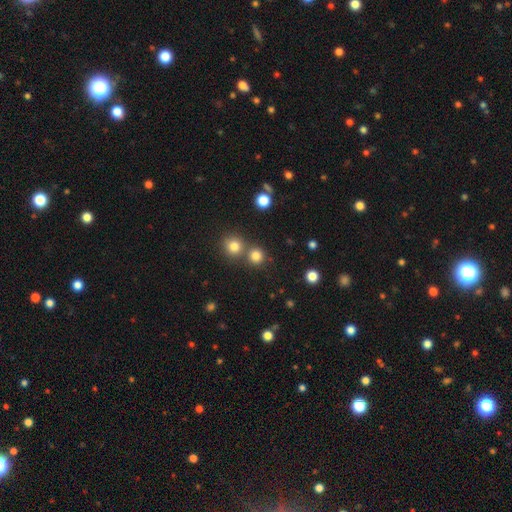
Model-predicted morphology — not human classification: This is clearly a smooth galaxy (80%). How rounded: clearly round (92%). Merging: likely none (69%).